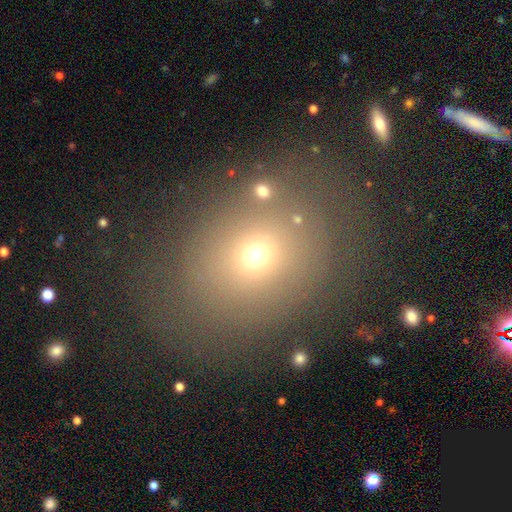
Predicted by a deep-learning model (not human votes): A smooth galaxy with no disk features (63%) that is round (53%).

Vote fractions:
- Smooth or featured? smooth: 63% / star or artifact: 22% / featured or disk: 15%
- How rounded? round: 53% / in between: 45% / cigar-shaped: 1%
- Merging? none: 71% / minor disturbance: 15% / major disturbance: 10% / merger: 4%